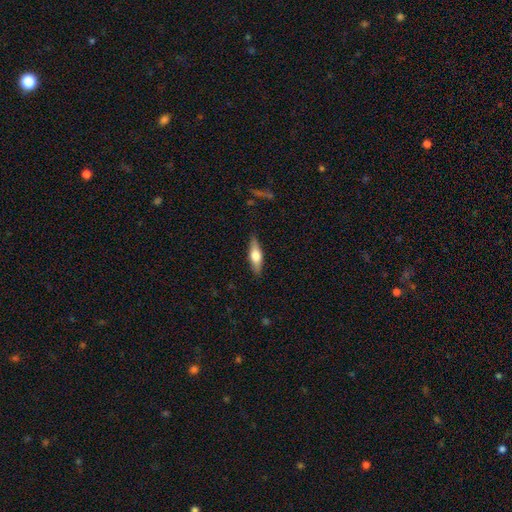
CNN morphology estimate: smooth 50%, featured or disk 44%, star or artifact 6%. Down the decision tree: how rounded — cigar-shaped (52%); merging — none (86%).